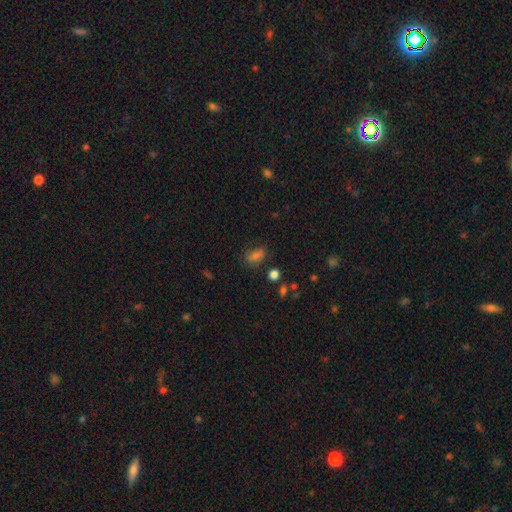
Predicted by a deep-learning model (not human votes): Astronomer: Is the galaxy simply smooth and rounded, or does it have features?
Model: smooth — 63%.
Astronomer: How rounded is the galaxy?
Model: in between — 75%.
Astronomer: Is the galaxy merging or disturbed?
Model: none — 66%.